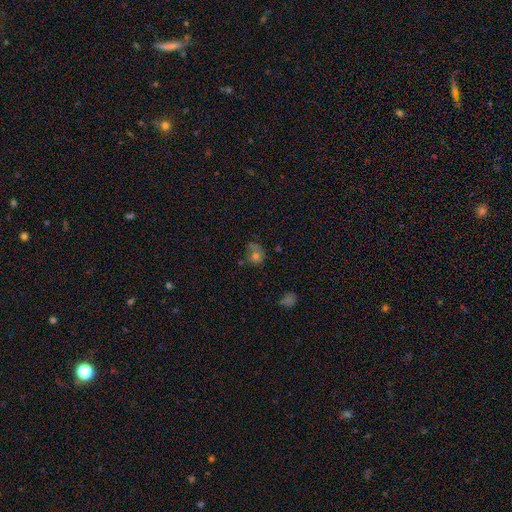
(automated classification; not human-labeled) This appears to be a smooth galaxy with no disk features (58%) that is round (73%). Merging: none (46%).